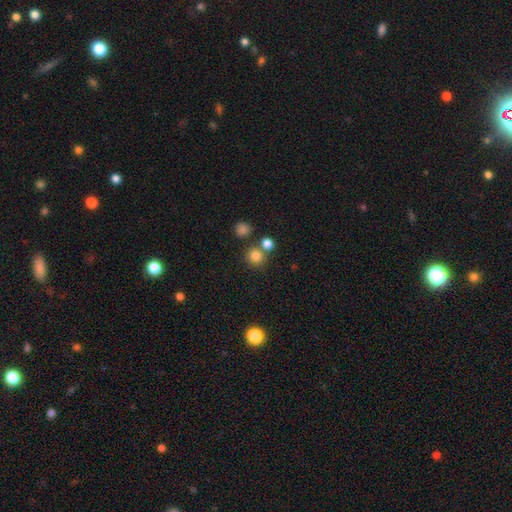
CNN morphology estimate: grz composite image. It shows a smooth galaxy with no disk features (79%) that is round (90%). Merging: none (67%).